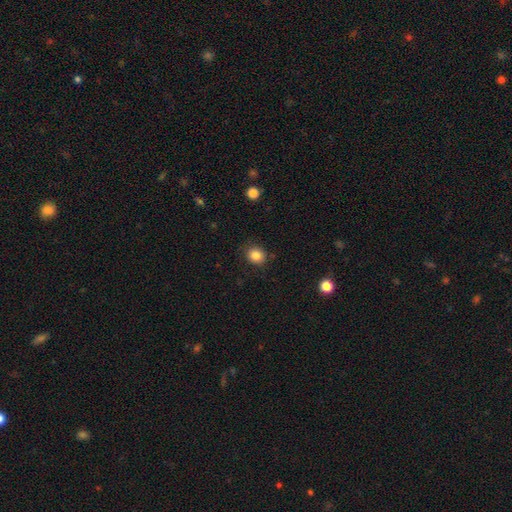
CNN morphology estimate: A smooth galaxy with no disk features (84%) that is round (73%).

Vote fractions:
- Smooth or featured? smooth: 84% / star or artifact: 11% / featured or disk: 6%
- How rounded? round: 73% / in between: 26% / cigar-shaped: 1%
- Merging? none: 85% / minor disturbance: 11% / major disturbance: 3% / merger: 1%